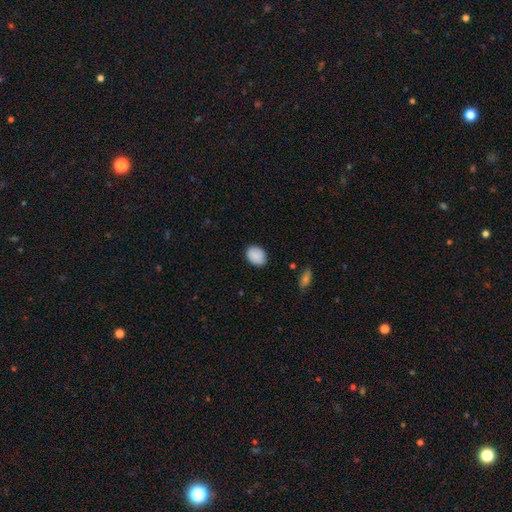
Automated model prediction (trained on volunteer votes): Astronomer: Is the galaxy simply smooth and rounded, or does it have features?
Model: smooth — 89%.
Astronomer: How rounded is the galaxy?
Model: in between — 65%.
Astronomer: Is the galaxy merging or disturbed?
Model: none — 84%.